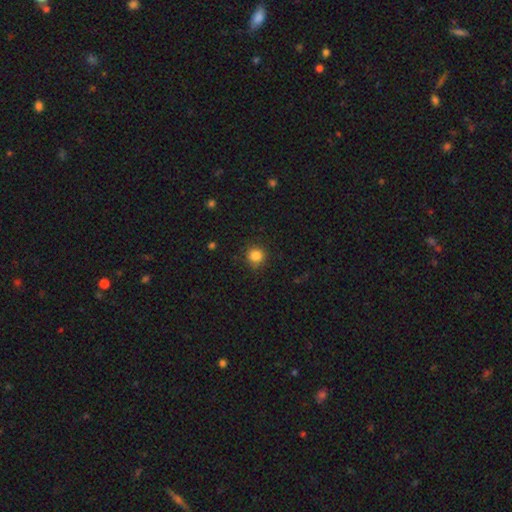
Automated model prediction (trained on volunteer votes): Smooth or featured?
  - smooth: 85% *
  - star or artifact: 11%
  - featured or disk: 4%
How rounded?
  - round: 93% *
  - in between: 6%
  - cigar-shaped: 1%
Merging?
  - none: 88% *
  - minor disturbance: 9%
  - major disturbance: 2%
  - merger: 1%